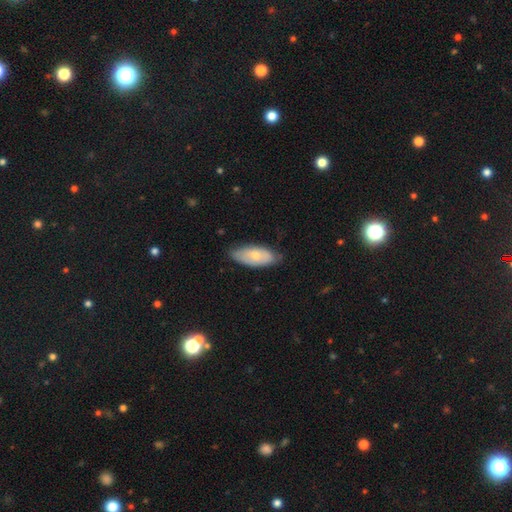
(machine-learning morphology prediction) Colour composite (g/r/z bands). It shows a smooth galaxy with no disk features (62%) that is in between round and cigar-shaped (87%). Merging: none (71%).